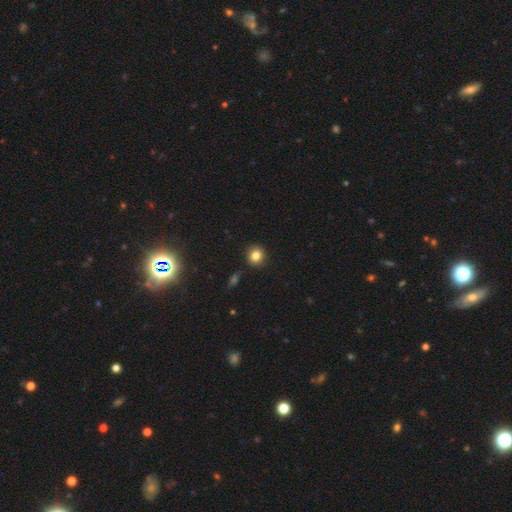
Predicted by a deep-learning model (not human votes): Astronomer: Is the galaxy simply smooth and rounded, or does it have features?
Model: smooth — 82%.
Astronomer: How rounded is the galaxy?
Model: round — 88%.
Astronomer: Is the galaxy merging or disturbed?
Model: none — 88%.